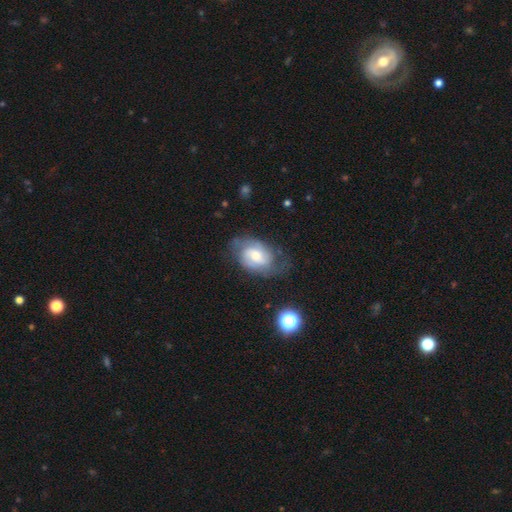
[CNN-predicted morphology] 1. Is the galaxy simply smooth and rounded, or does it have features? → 72% featured or disk, 22% smooth, 7% star or artifact.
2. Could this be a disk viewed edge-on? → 97% no, 3% yes.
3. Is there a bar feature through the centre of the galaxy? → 46% no (tied), 46% weak (tied), 8% strong.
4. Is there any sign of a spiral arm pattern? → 92% yes, 8% no.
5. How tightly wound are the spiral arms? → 45% medium, 38% tight, 16% loose.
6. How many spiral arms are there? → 65% 2, 19% can't tell, 8% 3, 4% 1, 2% 4, 2% more than 4.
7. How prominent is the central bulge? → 58% moderate, 26% small, 11% large, 3% none, 1% dominant.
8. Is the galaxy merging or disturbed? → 60% none, 25% minor disturbance, 13% major disturbance, 2% merger.